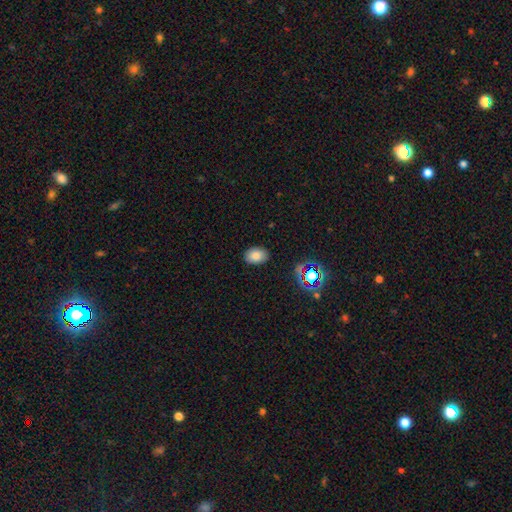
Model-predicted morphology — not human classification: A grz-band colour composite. It shows a smooth galaxy with no disk features (81%) that is in between round and cigar-shaped (80%). Merging: none (88%).